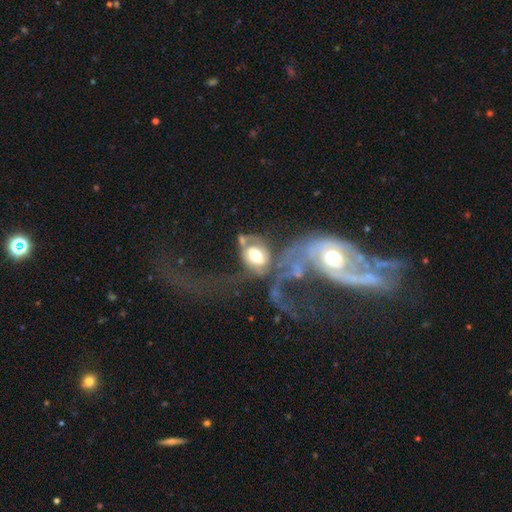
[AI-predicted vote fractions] Morphology: type=featured or disk (54%); edge-on=no (94%); bar=no (62%); spiral arms=no (51%); bulge=moderate (45%); merging=merger (49%).